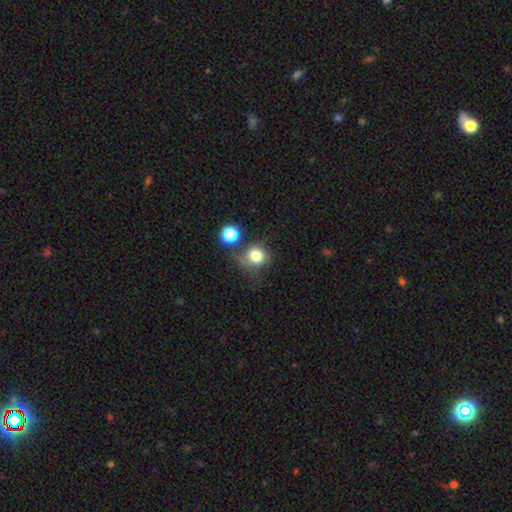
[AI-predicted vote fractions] This is likely a smooth galaxy (77%). How rounded: clearly round (83%). Merging: possibly none (54%).